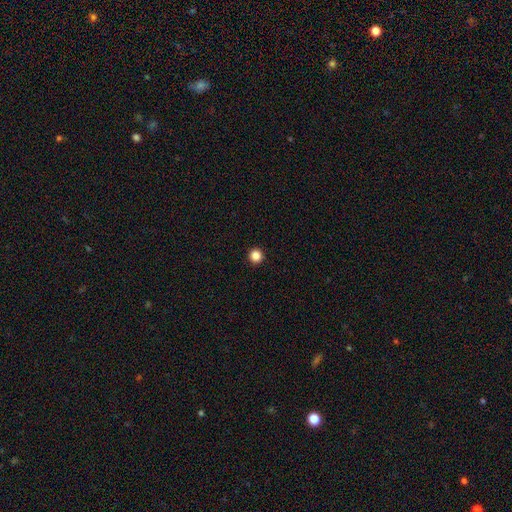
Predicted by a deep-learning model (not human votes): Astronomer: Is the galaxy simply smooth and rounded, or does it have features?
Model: smooth — 86%.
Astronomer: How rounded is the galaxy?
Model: round — 96%.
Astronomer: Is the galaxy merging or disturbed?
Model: none — 94%.